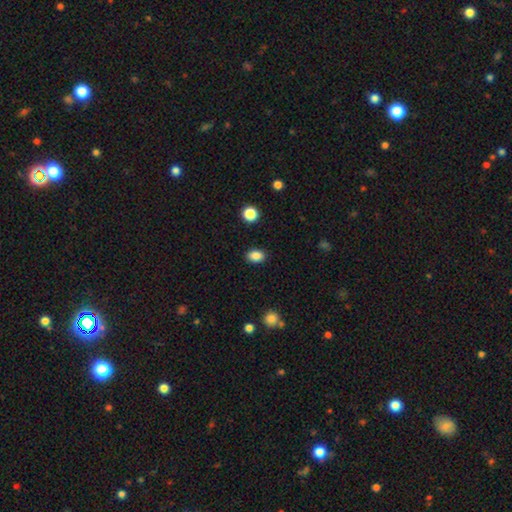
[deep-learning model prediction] smooth_or_featured: smooth (p=0.86) [alt: star or artifact p=0.09]
how_rounded: in between (p=0.78) [alt: round p=0.20]
merging: none (p=0.89) [alt: minor disturbance p=0.08]